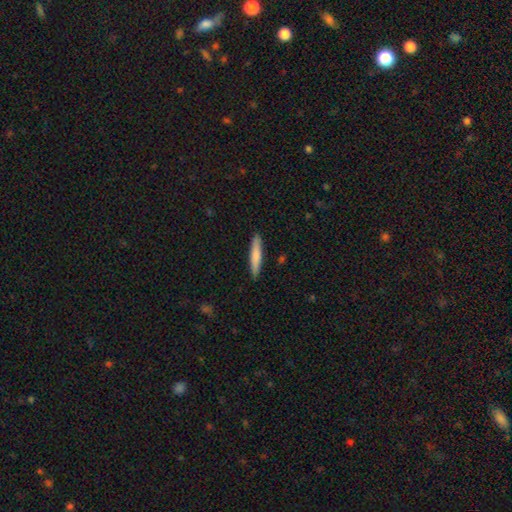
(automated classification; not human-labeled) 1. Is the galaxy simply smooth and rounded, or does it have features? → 77% smooth, 18% featured or disk, 5% star or artifact.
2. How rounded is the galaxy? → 92% cigar-shaped, 7% in between, 1% round.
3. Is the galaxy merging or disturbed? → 90% none, 7% minor disturbance, 1% major disturbance, 1% merger.